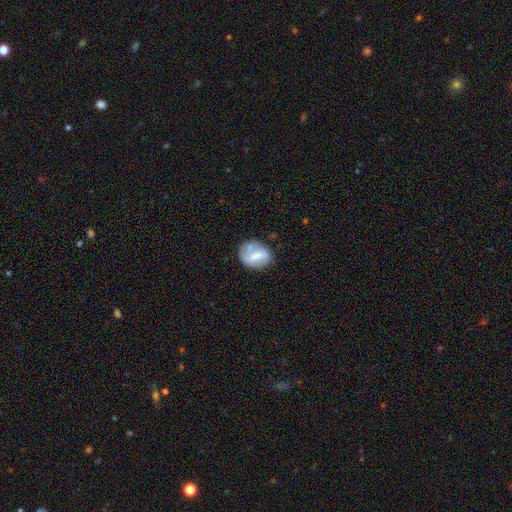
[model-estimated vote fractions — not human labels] Morphology: type=featured or disk (49%); merging=none (62%).